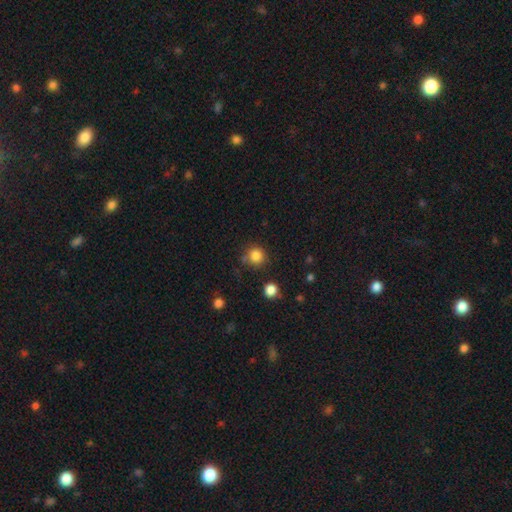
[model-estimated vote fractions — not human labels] Overall: smooth (84%). How rounded: round (91%). Merging: none (76%).